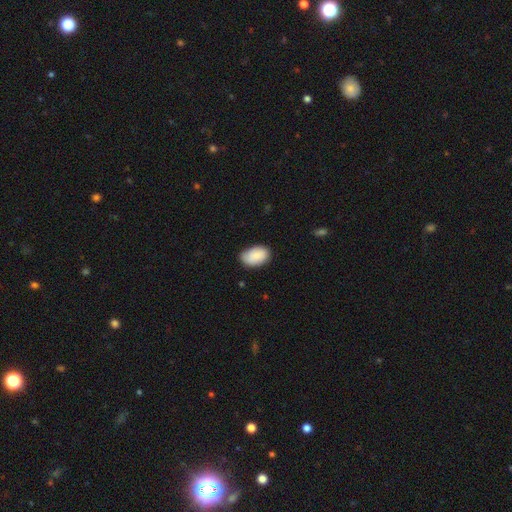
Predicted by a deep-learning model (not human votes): This is clearly a smooth galaxy (83%). How rounded: clearly in between (90%). Merging: likely none (72%).